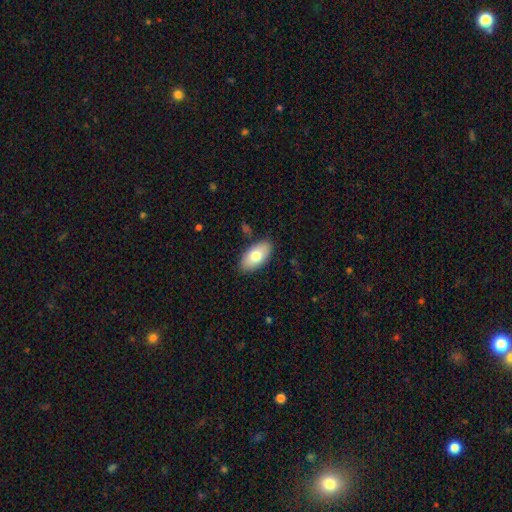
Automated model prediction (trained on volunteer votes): Smooth or featured? smooth (76%)
How rounded? in between (94%)
Merging? none (86%)